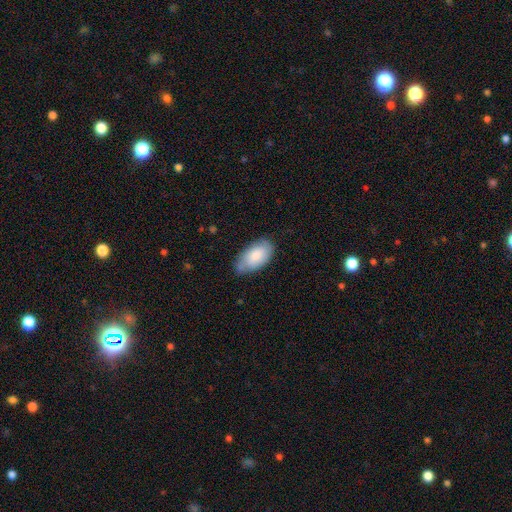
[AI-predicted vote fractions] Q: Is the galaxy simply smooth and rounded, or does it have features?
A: smooth — 75%.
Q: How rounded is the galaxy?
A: in between — 95%.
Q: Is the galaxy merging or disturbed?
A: none — 67%.